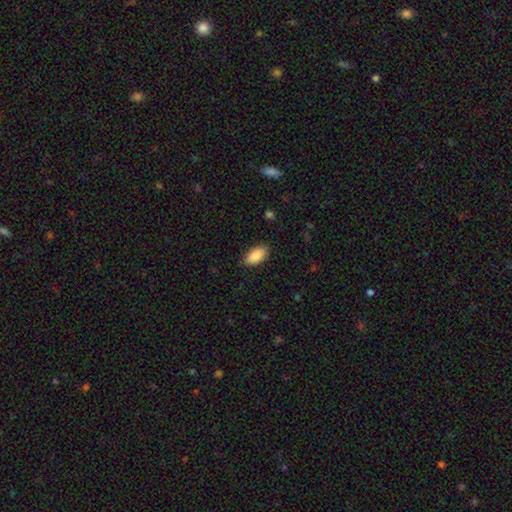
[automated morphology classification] This appears to be a smooth galaxy with no disk features (89%) that is in between round and cigar-shaped (93%). Merging: none (87%).